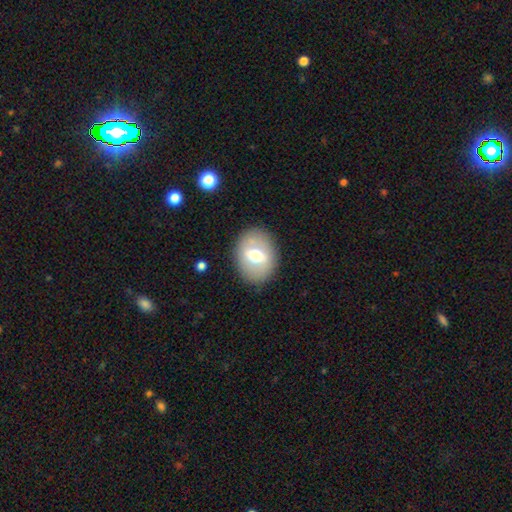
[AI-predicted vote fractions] A smooth galaxy with no disk features (55%) that is in between round and cigar-shaped (62%). Merging: none (85%).